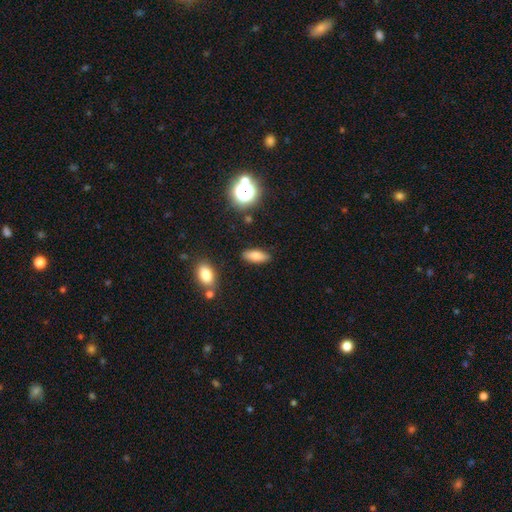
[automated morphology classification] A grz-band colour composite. It shows a smooth galaxy with no disk features (77%) that is in between round and cigar-shaped (72%). Merging: none (86%).